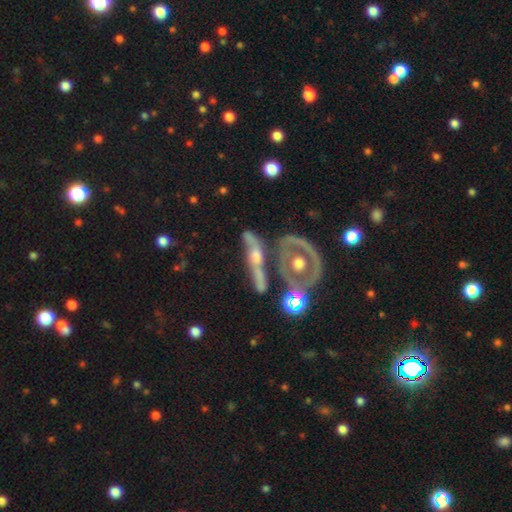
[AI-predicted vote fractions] featured or disk 63%, smooth 28%, star or artifact 9%. Down the decision tree: edge-on disk — no (64%); merging — none (42%).